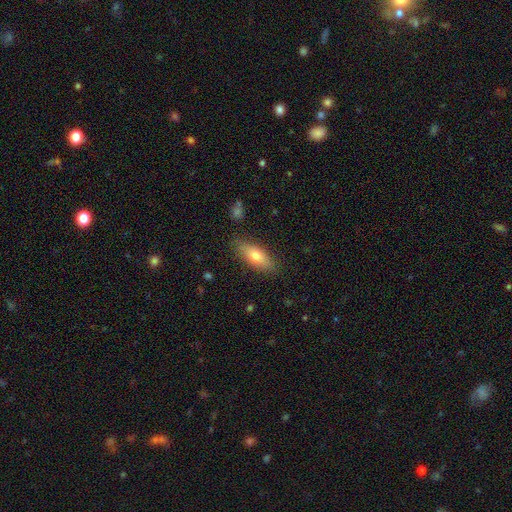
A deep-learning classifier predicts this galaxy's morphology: smooth-or-featured: smooth: 69% | featured or disk: 25% | star or artifact: 7%
  how-rounded: in between: 67% | cigar-shaped: 30% | round: 3%
  merging: none: 85% | minor disturbance: 12% | major disturbance: 3% | merger: 1%